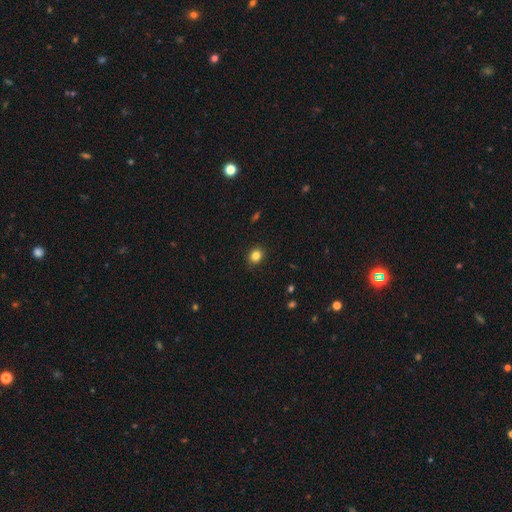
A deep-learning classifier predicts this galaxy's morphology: A smooth galaxy with no disk features (84%) that is round (67%). Merging: none (89%).